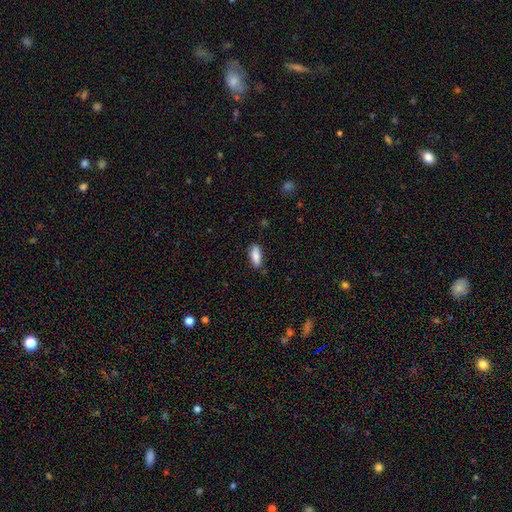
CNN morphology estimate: smooth-or-featured: smooth: 86% | featured or disk: 7% | star or artifact: 7%
  how-rounded: in between: 75% | cigar-shaped: 23% | round: 2%
  merging: none: 81% | minor disturbance: 14% | major disturbance: 3% | merger: 2%